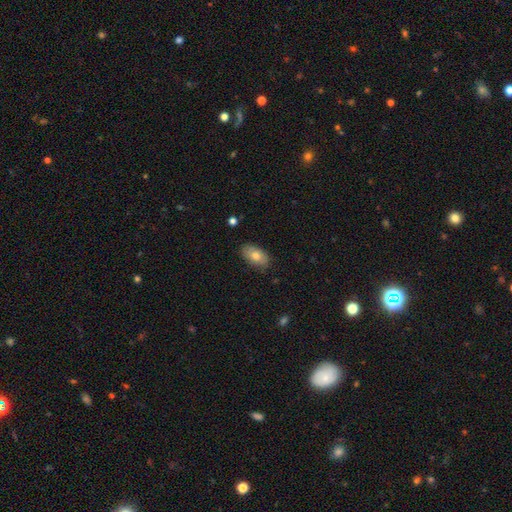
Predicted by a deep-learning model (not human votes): A smooth galaxy with no disk features (75%) that is in between round and cigar-shaped (93%). Merging: none (83%).